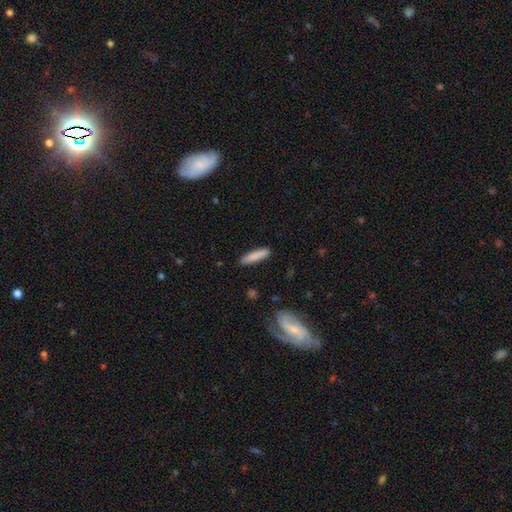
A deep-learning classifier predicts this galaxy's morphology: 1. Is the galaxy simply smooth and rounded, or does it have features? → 85% smooth, 9% featured or disk, 6% star or artifact.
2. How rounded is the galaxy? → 83% cigar-shaped, 15% in between, 1% round.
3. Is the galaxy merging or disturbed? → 89% none, 8% minor disturbance, 2% major disturbance, 1% merger.